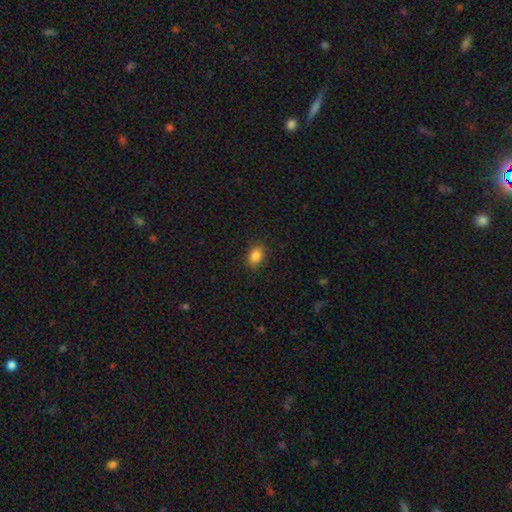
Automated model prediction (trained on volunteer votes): The model was most divided on "how rounded": in between: 78%, round: 21%, cigar-shaped: 1%. More confident: merging — none (88%); smooth or featured — smooth (86%).